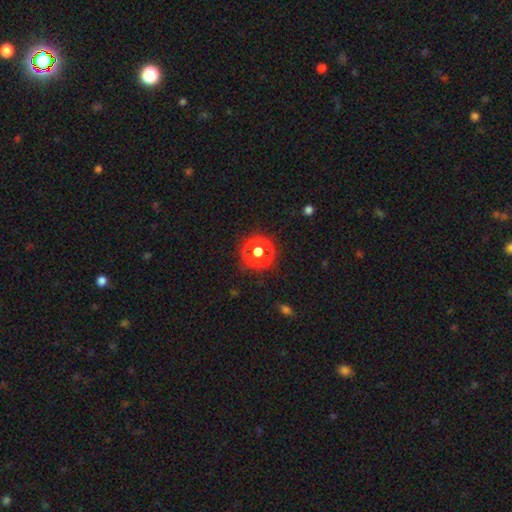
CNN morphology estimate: Smooth or featured? Predicted: smooth (p=0.75). How rounded? Predicted: round (p=0.93). Merging? Predicted: none (p=0.85).